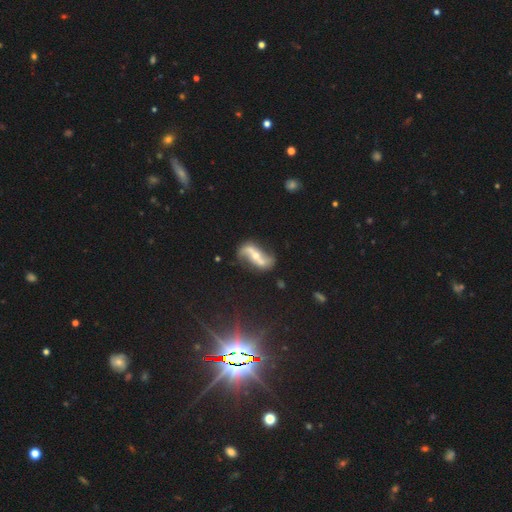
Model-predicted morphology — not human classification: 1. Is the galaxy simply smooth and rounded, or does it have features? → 84% featured or disk, 10% smooth, 6% star or artifact.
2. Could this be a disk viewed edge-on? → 93% no, 7% yes.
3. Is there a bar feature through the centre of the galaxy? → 41% no, 32% strong, 28% weak.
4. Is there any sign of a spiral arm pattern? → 90% yes, 10% no.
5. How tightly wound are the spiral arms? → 82% loose, 13% medium, 5% tight.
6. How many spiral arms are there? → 92% 2, 3% can't tell, 3% 1, 1% 3, 1% 4, 1% more than 4.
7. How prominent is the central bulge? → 57% moderate, 37% small, 3% large, 2% none, 1% dominant.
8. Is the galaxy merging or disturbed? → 62% none, 16% minor disturbance, 14% merger, 8% major disturbance.